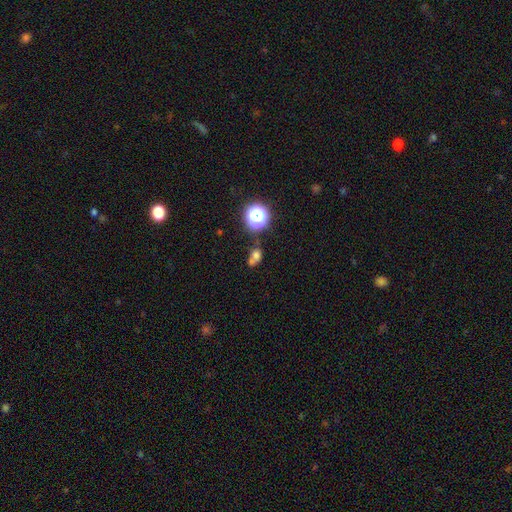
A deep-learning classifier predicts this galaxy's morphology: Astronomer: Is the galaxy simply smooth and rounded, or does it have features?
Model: smooth — 66%.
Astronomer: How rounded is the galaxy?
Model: round — 50% (runner-up: in between, 47%).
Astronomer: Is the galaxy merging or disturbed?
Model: none — 39% (runner-up: merger, 35%).